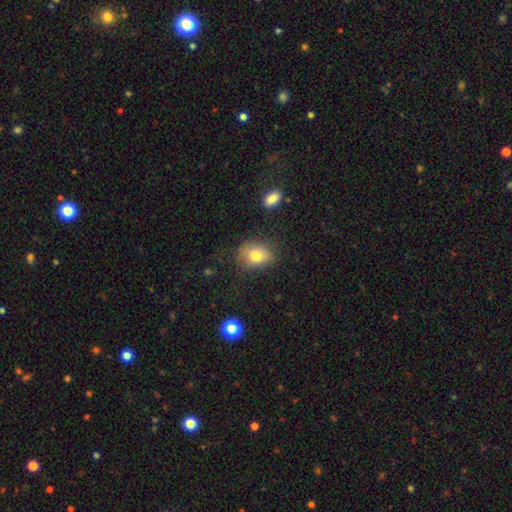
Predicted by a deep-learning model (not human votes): smooth-or-featured: smooth: 77% | featured or disk: 13% | star or artifact: 10%
  how-rounded: in between: 55% | round: 44% | cigar-shaped: 1%
  merging: none: 65% | minor disturbance: 24% | major disturbance: 9% | merger: 2%